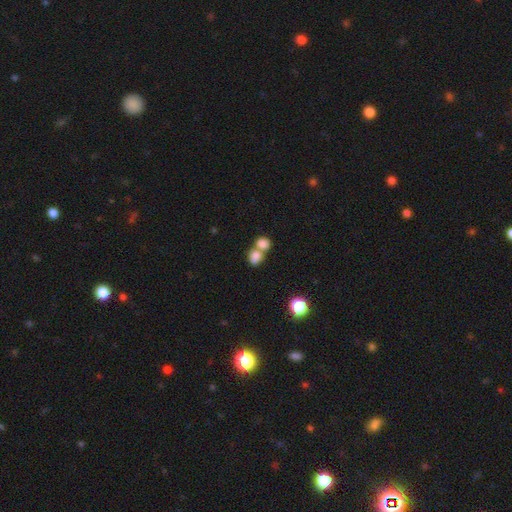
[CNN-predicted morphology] Q: Smooth or featured?
A: smooth (80%); runner-up: featured or disk (11%)
Q: How rounded?
A: in between (49%); tied with: round (49%)
Q: Merging?
A: merger (66%); runner-up: none (25%)